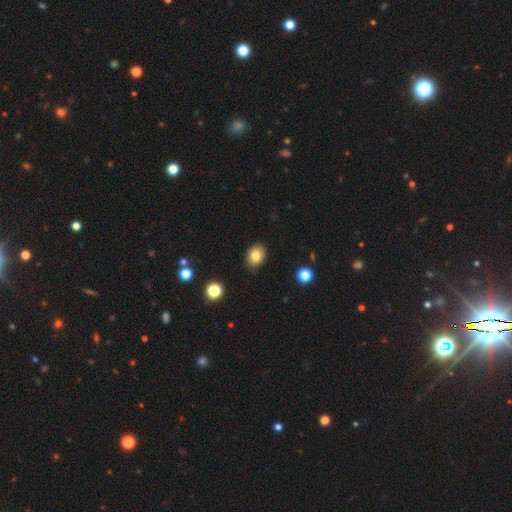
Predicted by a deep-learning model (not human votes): Smooth or featured? Predicted: smooth (p=0.82). How rounded? Predicted: in between (p=0.61). Merging? Predicted: none (p=0.87).